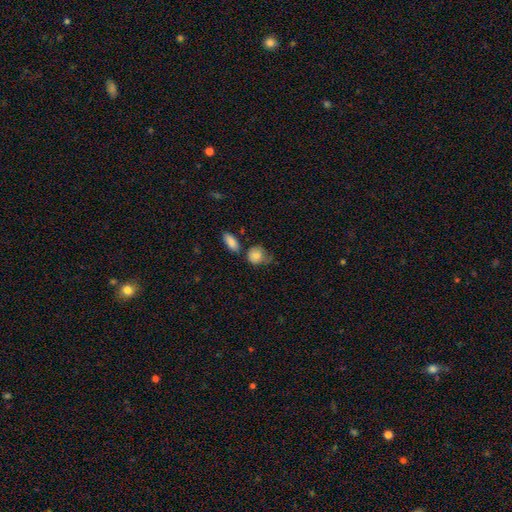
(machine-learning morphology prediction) A smooth galaxy with no disk features (82%) that is round (66%). Merging: none (45%).